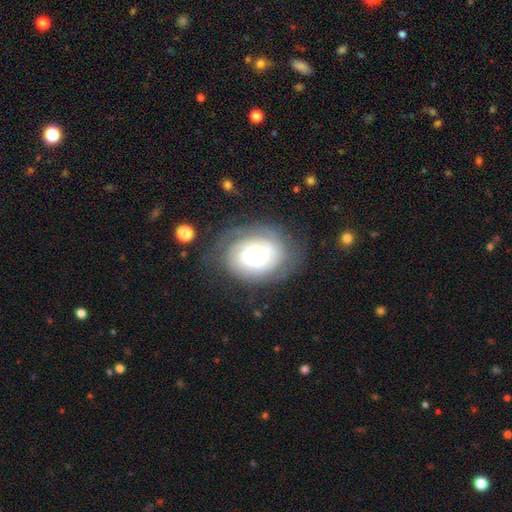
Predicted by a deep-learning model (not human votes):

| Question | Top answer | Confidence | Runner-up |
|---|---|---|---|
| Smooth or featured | featured or disk | 66% | smooth (26%) |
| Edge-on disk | no | 97% | yes (3%) |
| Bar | no | 73% | weak (21%) |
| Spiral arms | yes | 86% | no (14%) |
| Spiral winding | tight | 69% | medium (23%) |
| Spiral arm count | can't tell | 44% | 2 (28%) |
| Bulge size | small | 32% | large (29%) |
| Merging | none | 64% | minor disturbance (21%) |